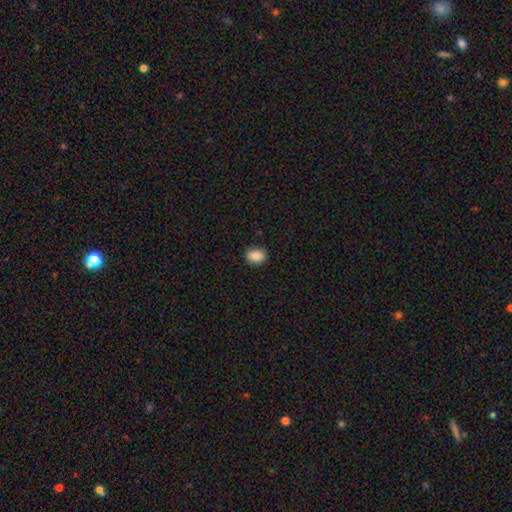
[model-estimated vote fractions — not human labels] A smooth galaxy with no disk features (85%) that is in between round and cigar-shaped (54%). Merging: none (89%).